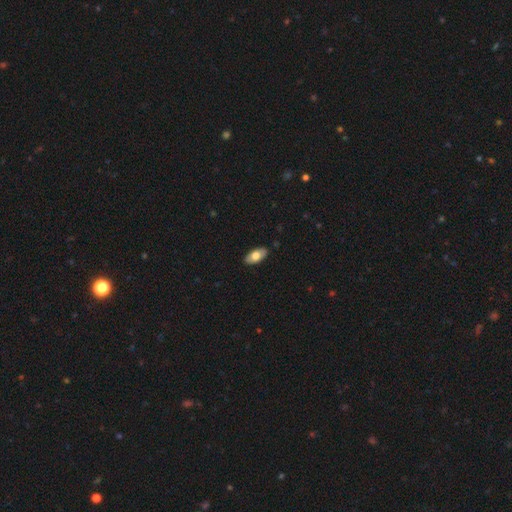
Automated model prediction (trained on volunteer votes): smooth_or_featured: smooth (p=0.70) [alt: featured or disk p=0.24]
how_rounded: in between (p=0.93) [alt: cigar-shaped p=0.05]
merging: none (p=0.88) [alt: minor disturbance p=0.09]